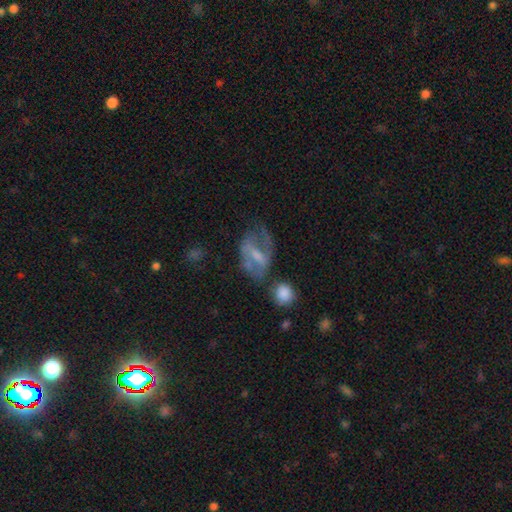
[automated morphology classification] Smooth or featured: featured or disk — 57% (smooth — 33%)
Edge-on disk: no — 93% (yes — 7%)
Bar: weak — 39% (strong — 36%)
Spiral arms: no — 51% (yes — 49%)
Bulge size: moderate — 36% (small — 34%)
Merging: none — 41% (major disturbance — 26%)